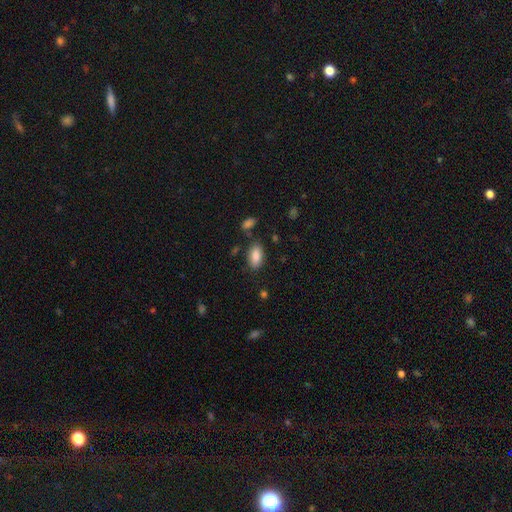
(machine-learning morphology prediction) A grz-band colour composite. It shows a smooth galaxy with no disk features (86%) that is in between round and cigar-shaped (89%). Merging: none (79%).